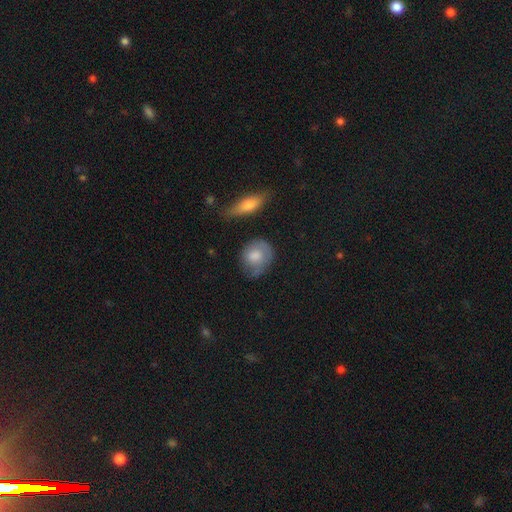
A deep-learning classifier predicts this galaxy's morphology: smooth-or-featured: smooth: 69% | featured or disk: 25% | star or artifact: 6%
  how-rounded: round: 66% | in between: 32% | cigar-shaped: 2%
  merging: none: 55% | minor disturbance: 30% | major disturbance: 12% | merger: 4%